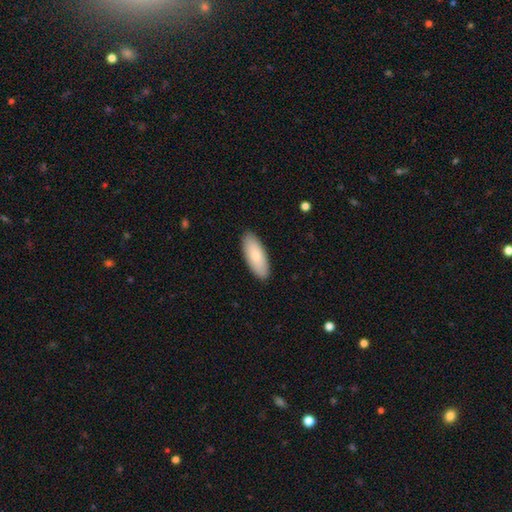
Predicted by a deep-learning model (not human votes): smooth-or-featured: smooth: 81% | featured or disk: 14% | star or artifact: 6%
  how-rounded: in between: 78% | cigar-shaped: 20% | round: 2%
  merging: none: 89% | minor disturbance: 8% | major disturbance: 2% | merger: 1%